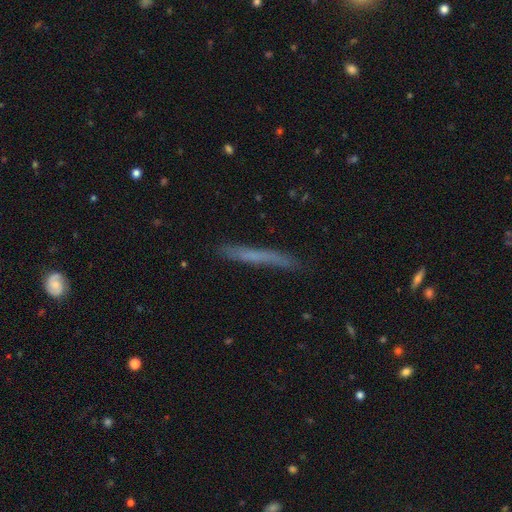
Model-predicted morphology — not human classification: A smooth galaxy with no disk features (57%) that is cigar-shaped (96%).

Vote fractions:
- Smooth or featured? smooth: 57% / featured or disk: 35% / star or artifact: 8%
- How rounded? cigar-shaped: 96% / in between: 2% / round: 1%
- Merging? none: 83% / minor disturbance: 13% / major disturbance: 2% / merger: 2%